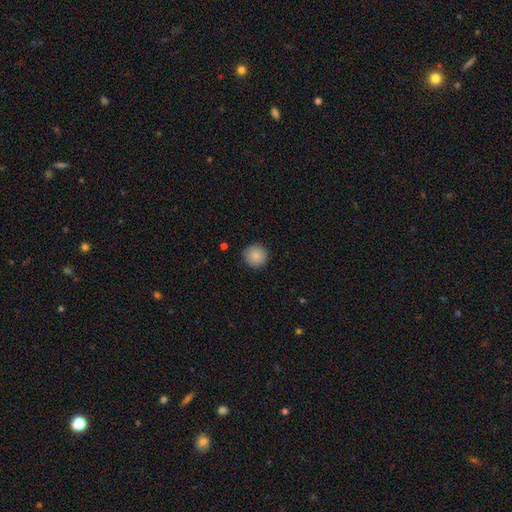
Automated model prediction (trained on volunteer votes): A smooth galaxy with no disk features (87%) that is round (95%).

Vote fractions:
- Smooth or featured? smooth: 87% / star or artifact: 8% / featured or disk: 5%
- How rounded? round: 95% / in between: 4% / cigar-shaped: 1%
- Merging? none: 91% / minor disturbance: 7% / major disturbance: 2% / merger: 1%